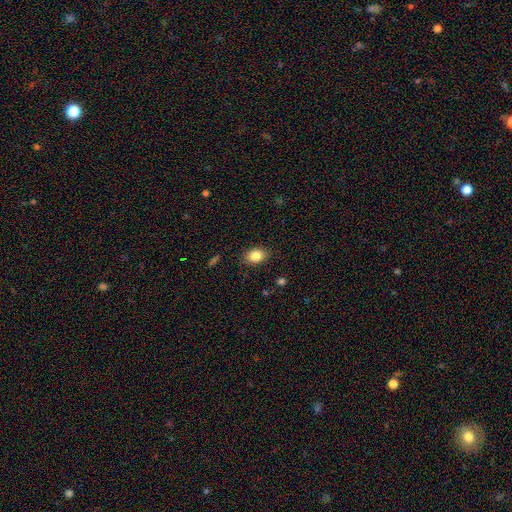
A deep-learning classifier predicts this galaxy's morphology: smooth_or_featured: smooth (p=0.85) [alt: star or artifact p=0.09]
how_rounded: in between (p=0.74) [alt: round p=0.24]
merging: none (p=0.85) [alt: minor disturbance p=0.11]